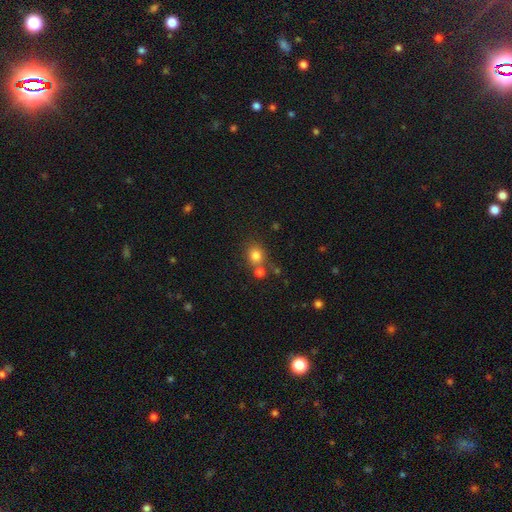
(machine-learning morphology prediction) type=smooth (80%); roundness=round (74%); merging=none (60%).